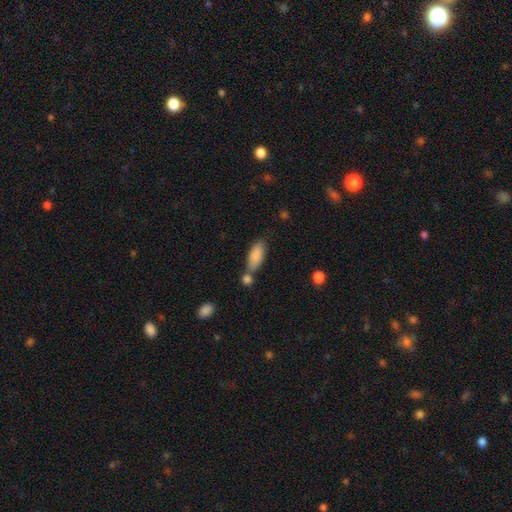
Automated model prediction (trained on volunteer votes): Q: Smooth or featured?
A: smooth (87%); runner-up: featured or disk (7%)
Q: How rounded?
A: in between (79%); runner-up: cigar-shaped (18%)
Q: Merging?
A: none (54%); runner-up: merger (27%)